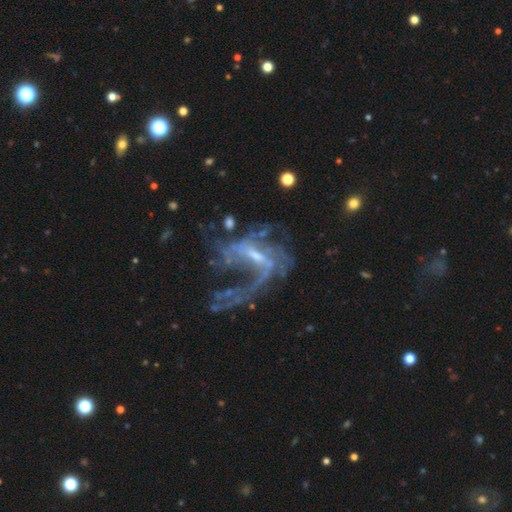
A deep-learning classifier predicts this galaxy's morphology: This is clearly a featured or disk galaxy (84%). It is clearly not viewed edge-on (96%). Bar: possibly weak (47%). Spiral arm pattern: clearly yes (83%). Spiral arm count: marginally 2 (31%). Spiral winding: likely loose (64%). Central bulge: possibly small (60%). Merging: possibly major disturbance (50%).